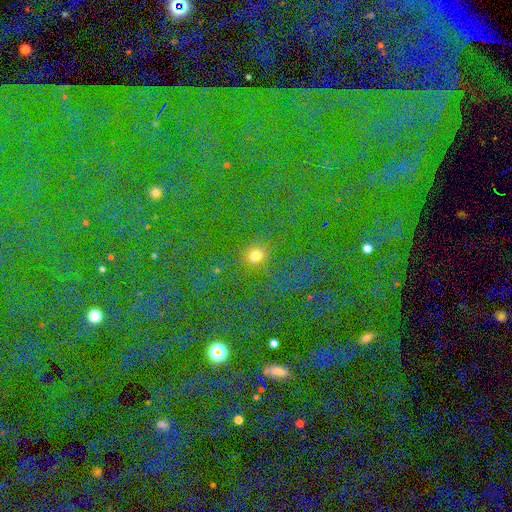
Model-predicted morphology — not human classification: A star or artifact, not a galaxy (47%).